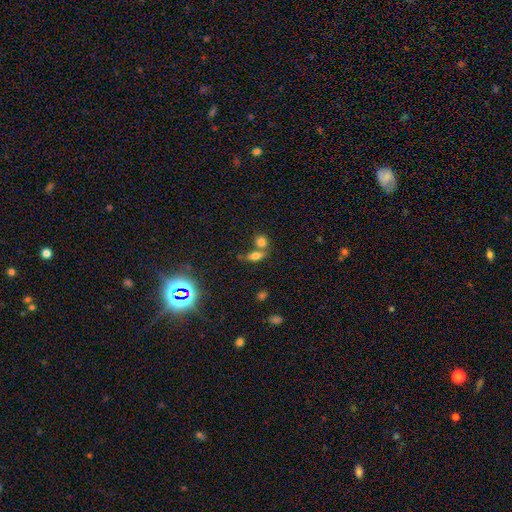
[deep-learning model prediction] The model was most divided on "merging": none: 47%, merger: 38%, minor disturbance: 10%, major disturbance: 5%. More confident: how rounded — in between (69%); smooth or featured — smooth (69%).